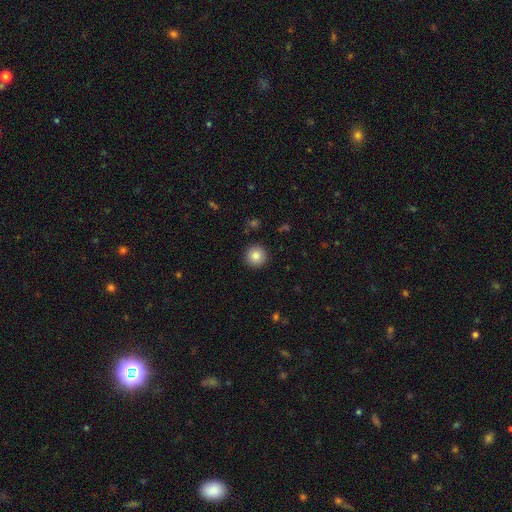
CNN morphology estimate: Smooth or featured? smooth (84%)
How rounded? round (96%)
Merging? none (92%)